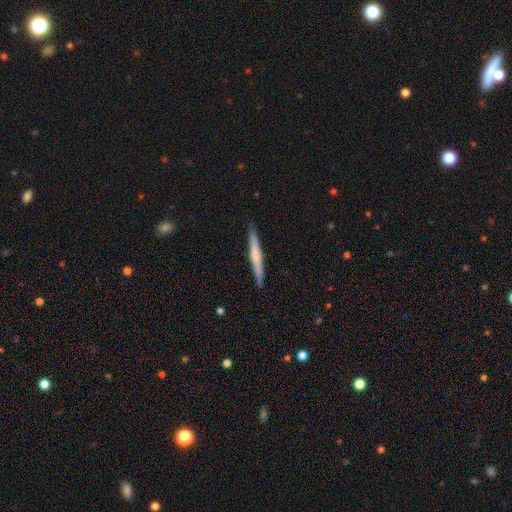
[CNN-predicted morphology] This is possibly a smooth galaxy (50%). How rounded: clearly cigar-shaped (96%). Merging: clearly none (90%).